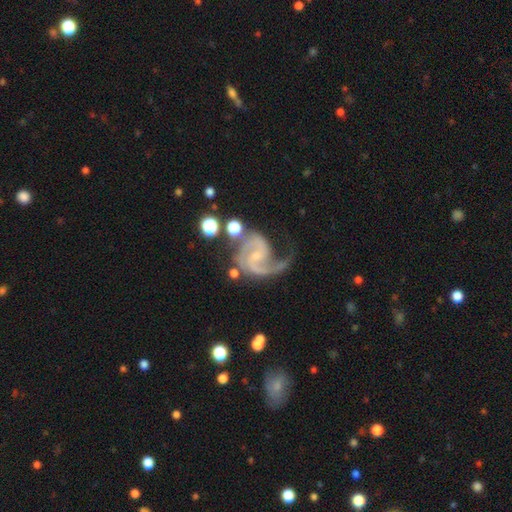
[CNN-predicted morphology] Smooth or featured? Predicted: featured or disk (p=0.91). Edge-on disk? Predicted: no (p=0.98). Bar? Predicted: no (p=0.46). Spiral arms? Predicted: yes (p=0.98). Spiral winding? Predicted: medium (p=0.57). Spiral arm count? Predicted: 2 (p=0.80). Bulge size? Predicted: small (p=0.74). Merging? Predicted: none (p=0.51).